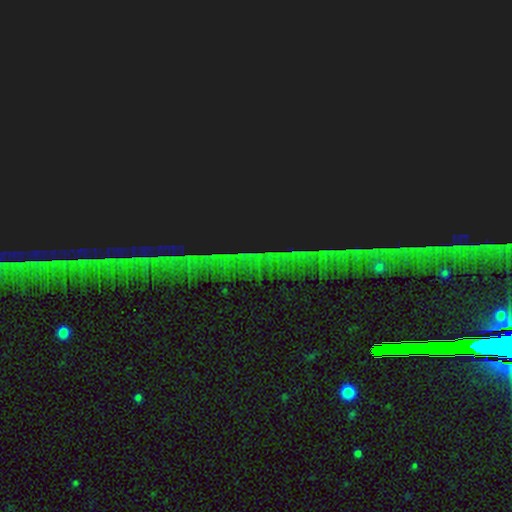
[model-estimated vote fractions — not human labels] smooth_or_featured: star or artifact (p=0.83) [alt: featured or disk p=0.09]